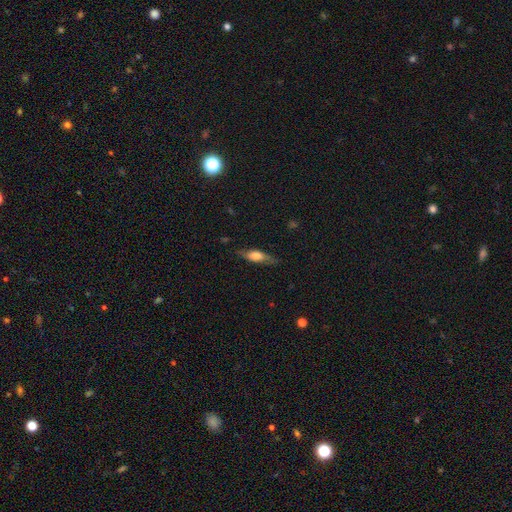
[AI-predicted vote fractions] Q: Smooth or featured?
A: smooth (49%); runner-up: featured or disk (44%)
Q: Merging?
A: none (74%); runner-up: minor disturbance (19%)